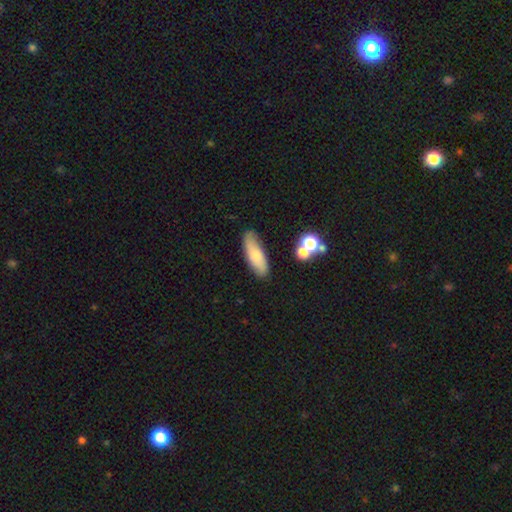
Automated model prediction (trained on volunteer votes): Overall: smooth (69%). How rounded: in between (56%; cigar-shaped 42%). Merging: none (78%).